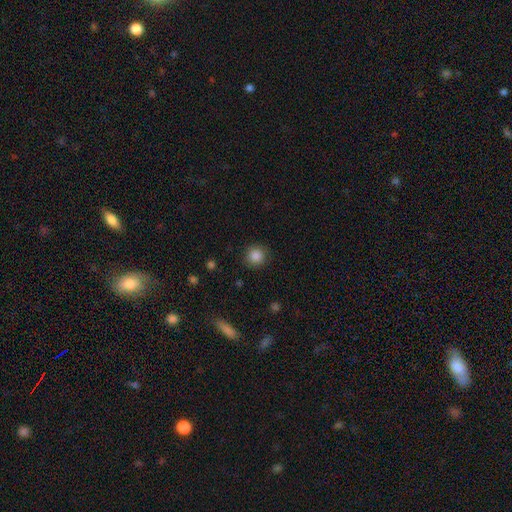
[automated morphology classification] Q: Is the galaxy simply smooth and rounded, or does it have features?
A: smooth — 86%.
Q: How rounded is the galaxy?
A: round — 92%.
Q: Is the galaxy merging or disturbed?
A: none — 87%.